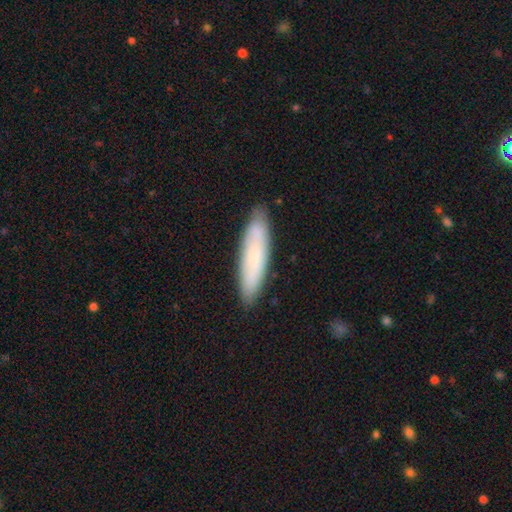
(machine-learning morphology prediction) Q: Smooth or featured?
A: smooth (67%); runner-up: featured or disk (26%)
Q: How rounded?
A: cigar-shaped (75%); runner-up: in between (24%)
Q: Merging?
A: none (87%); runner-up: minor disturbance (10%)